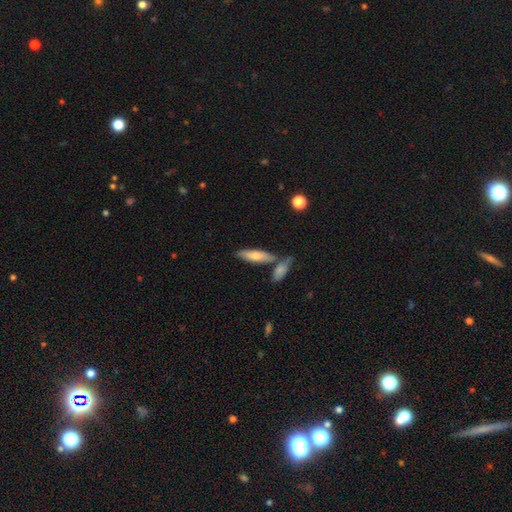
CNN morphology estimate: Overall: smooth (67%; featured or disk 28%). How rounded: cigar-shaped (57%; in between 41%). Merging: none (65%).